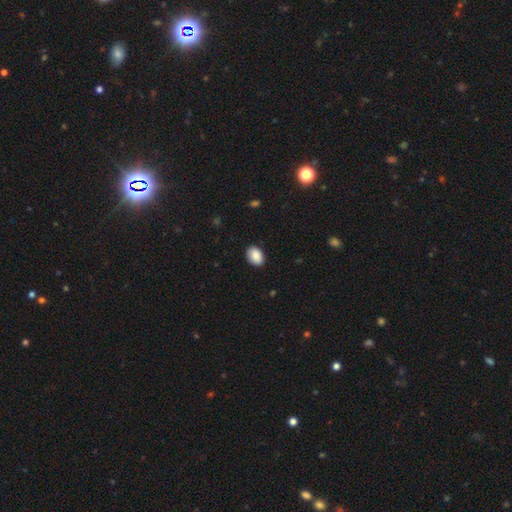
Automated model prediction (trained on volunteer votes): This is clearly a smooth galaxy (89%). How rounded: likely in between (77%). Merging: clearly none (88%).